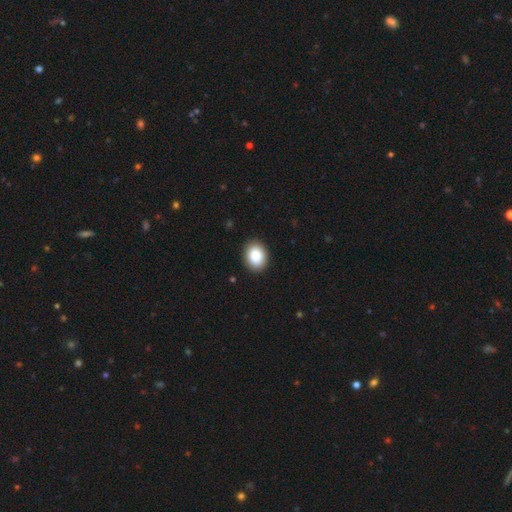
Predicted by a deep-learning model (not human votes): A smooth galaxy with no disk features (88%) that is in between round and cigar-shaped (56%).

Vote fractions:
- Smooth or featured? smooth: 88% / star or artifact: 7% / featured or disk: 5%
- How rounded? in between: 56% / round: 43% / cigar-shaped: 1%
- Merging? none: 90% / minor disturbance: 8% / major disturbance: 2% / merger: 1%